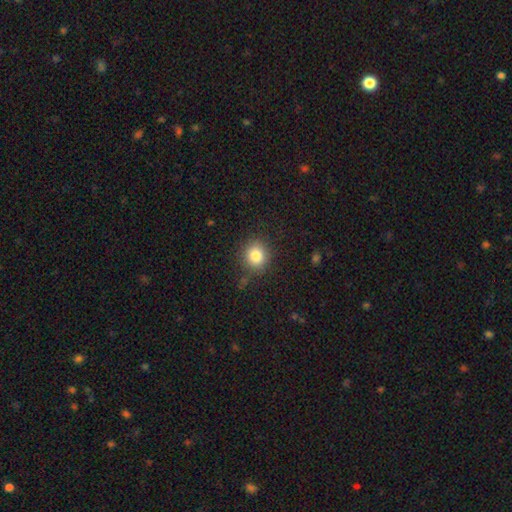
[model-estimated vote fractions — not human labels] Q: Smooth or featured?
A: smooth (83%); runner-up: star or artifact (11%)
Q: How rounded?
A: round (81%); runner-up: in between (18%)
Q: Merging?
A: none (86%); runner-up: minor disturbance (10%)